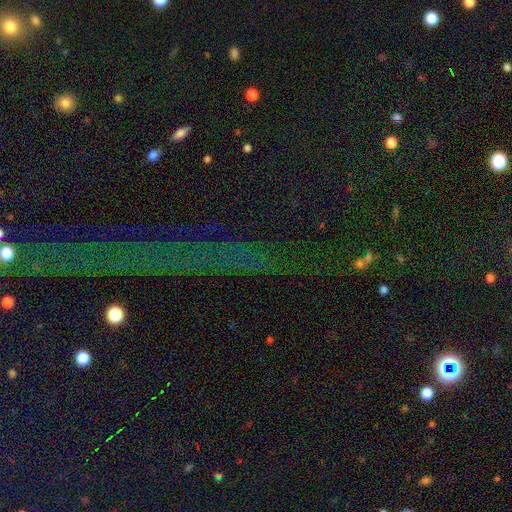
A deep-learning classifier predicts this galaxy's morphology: Q: Smooth or featured?
A: star or artifact (81%); runner-up: smooth (10%)